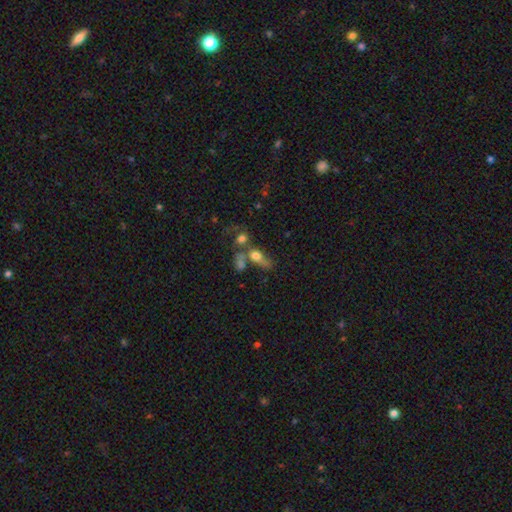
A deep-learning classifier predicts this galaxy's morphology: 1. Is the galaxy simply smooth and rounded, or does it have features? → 60% smooth, 27% featured or disk, 13% star or artifact.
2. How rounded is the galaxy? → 63% in between, 22% round, 14% cigar-shaped.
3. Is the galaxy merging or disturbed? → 48% merger, 25% none, 16% major disturbance, 12% minor disturbance.